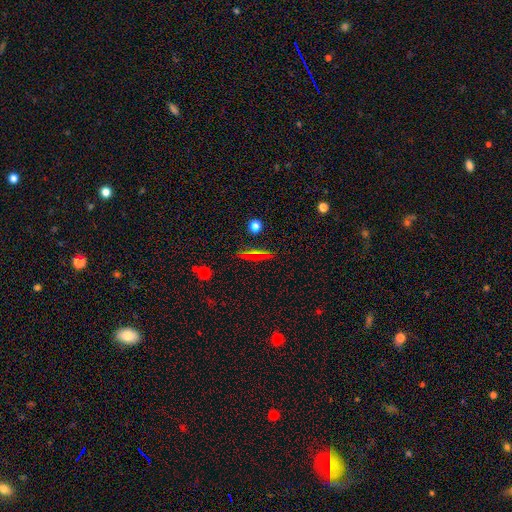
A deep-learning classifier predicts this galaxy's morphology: A smooth galaxy with no disk features (66%) that is cigar-shaped (64%).

Vote fractions:
- Smooth or featured? smooth: 66% / star or artifact: 17% / featured or disk: 17%
- How rounded? cigar-shaped: 64% / in between: 28% / round: 8%
- Merging? none: 87% / minor disturbance: 9% / major disturbance: 2% / merger: 2%